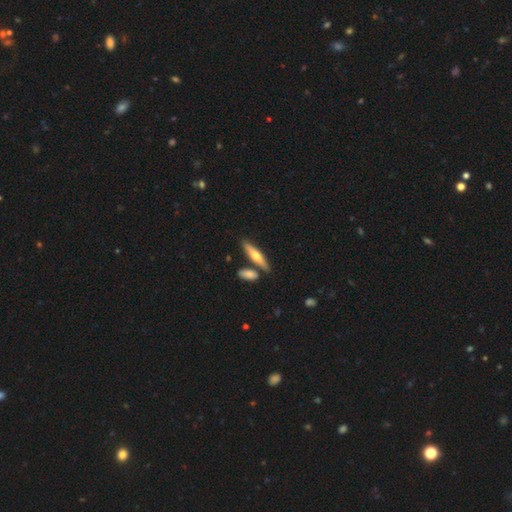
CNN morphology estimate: This is possibly a smooth galaxy (55%). How rounded: likely cigar-shaped (77%). Merging: likely none (75%).